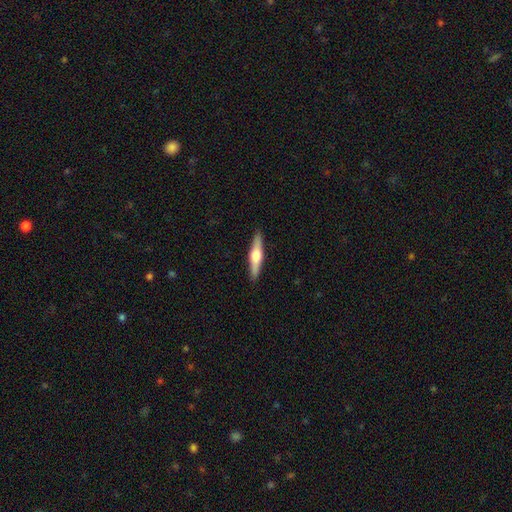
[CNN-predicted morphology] smooth-or-featured: featured or disk: 61% | smooth: 34% | star or artifact: 5%
  disk-edge-on: yes: 97% | no: 3%
    edge-on-bulge: rounded: 94% | boxy: 4% | none: 2%
  merging: none: 91% | minor disturbance: 6% | major disturbance: 1% | merger: 1%